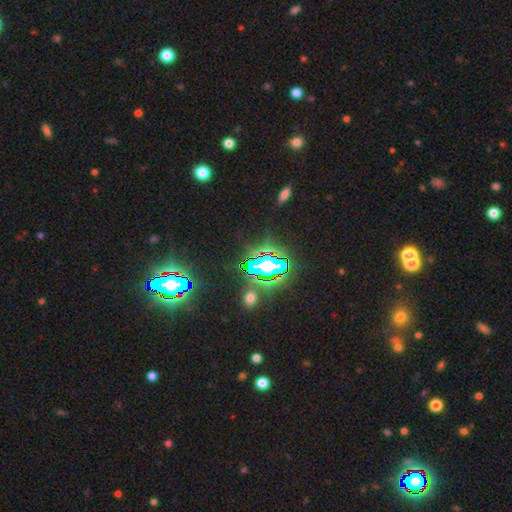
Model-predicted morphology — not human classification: This is likely a star or artifact rather than a galaxy (75%).